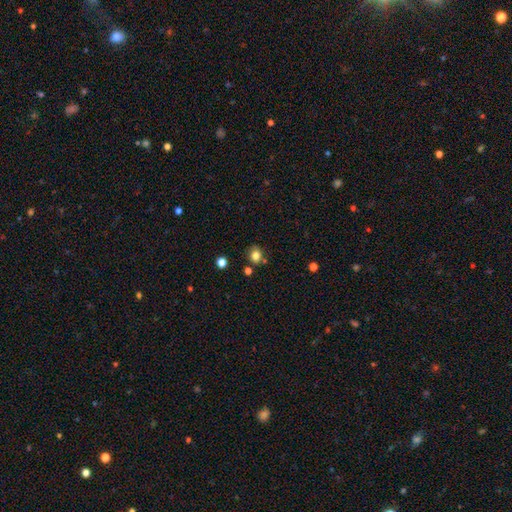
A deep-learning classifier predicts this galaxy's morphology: Q: Smooth or featured?
A: smooth (79%); runner-up: star or artifact (12%)
Q: How rounded?
A: round (68%); runner-up: in between (32%)
Q: Merging?
A: none (69%); runner-up: minor disturbance (18%)